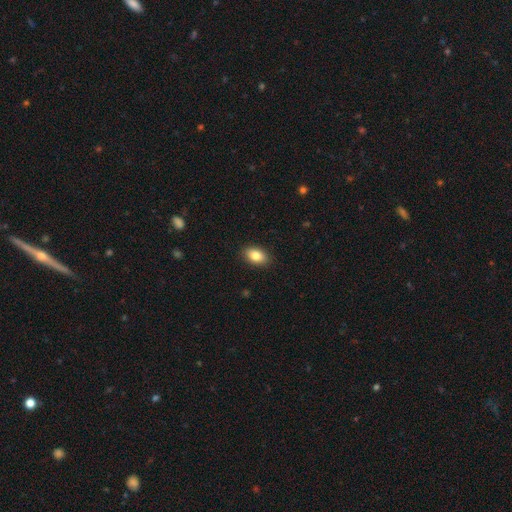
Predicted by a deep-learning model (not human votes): smooth_or_featured: smooth (p=0.84) [alt: featured or disk p=0.08]
how_rounded: in between (p=0.88) [alt: round p=0.10]
merging: none (p=0.89) [alt: minor disturbance p=0.08]